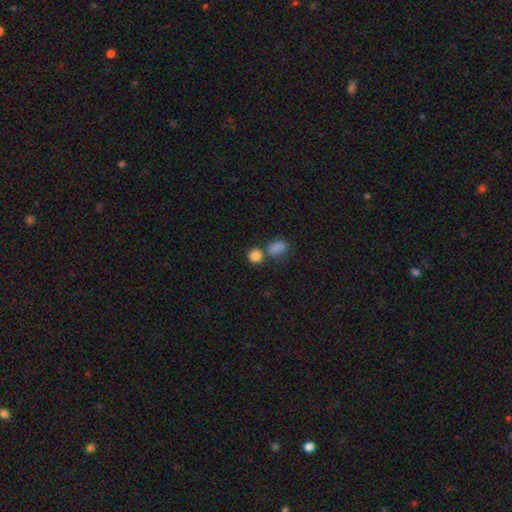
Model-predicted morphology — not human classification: Smooth or featured? Predicted: smooth (p=0.85). How rounded? Predicted: round (p=0.82). Merging? Predicted: none (p=0.55).